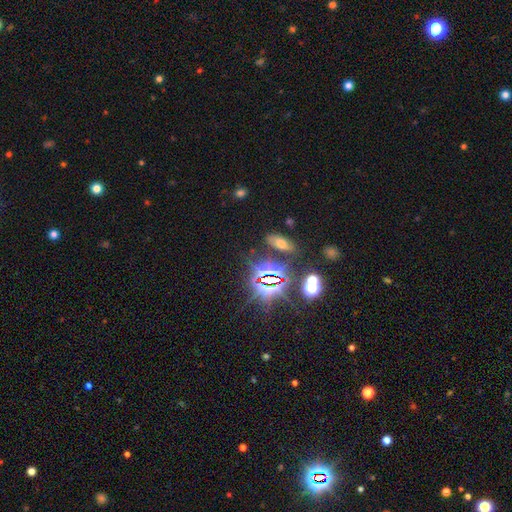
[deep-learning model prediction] Q: Smooth or featured?
A: star or artifact (77%); runner-up: smooth (13%)